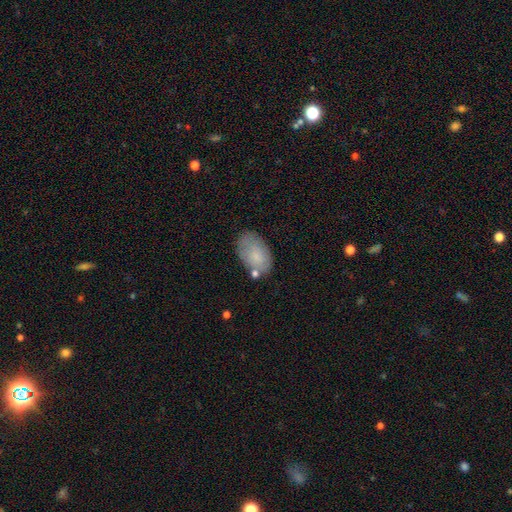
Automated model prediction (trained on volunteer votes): smooth_or_featured: smooth (p=0.78) [alt: featured or disk p=0.15]
how_rounded: in between (p=0.92) [alt: round p=0.07]
merging: none (p=0.65) [alt: minor disturbance p=0.22]